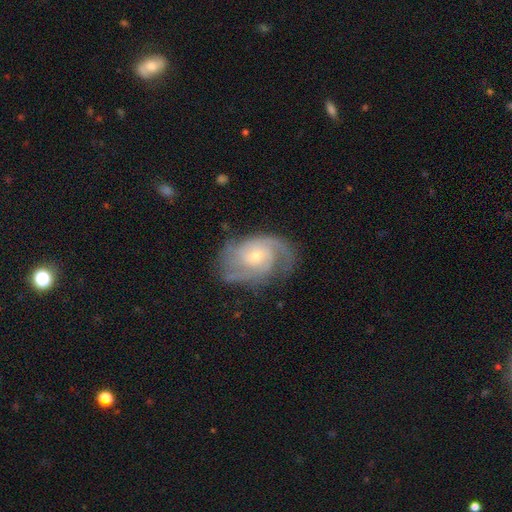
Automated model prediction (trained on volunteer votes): Q: Smooth or featured?
A: featured or disk (85%); runner-up: smooth (9%)
Q: Edge-on disk?
A: no (97%); runner-up: yes (3%)
Q: Bar?
A: no (67%); runner-up: weak (28%)
Q: Spiral arms?
A: yes (96%); runner-up: no (4%)
Q: Spiral winding?
A: medium (45%); runner-up: tight (41%)
Q: Spiral arm count?
A: 2 (51%); runner-up: 3 (20%)
Q: Bulge size?
A: small (57%); runner-up: moderate (40%)
Q: Merging?
A: none (68%); runner-up: minor disturbance (21%)